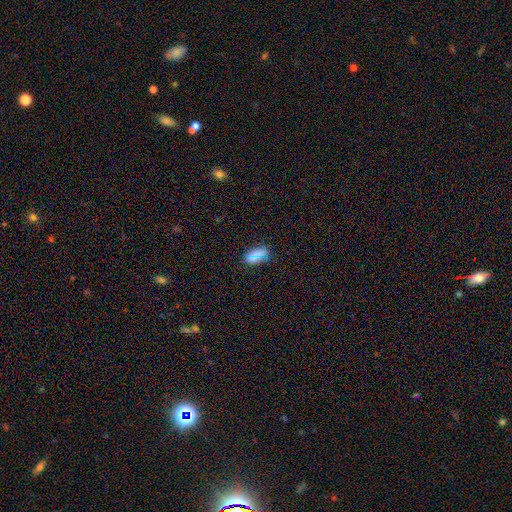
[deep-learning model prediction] Q: Smooth or featured?
A: smooth (71%); runner-up: star or artifact (21%)
Q: How rounded?
A: in between (85%); runner-up: cigar-shaped (8%)
Q: Merging?
A: none (82%); runner-up: minor disturbance (12%)